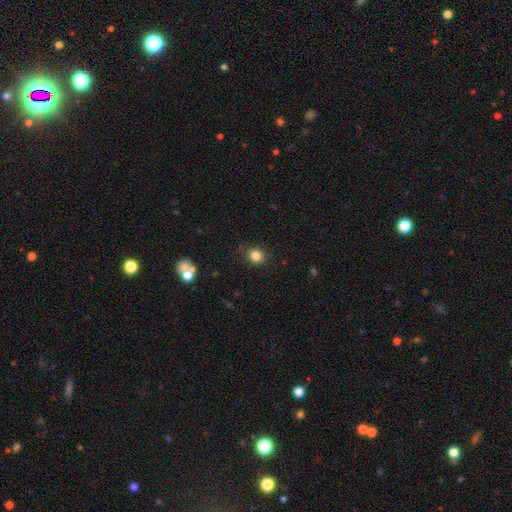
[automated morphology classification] smooth 82%, star or artifact 12%, featured or disk 5%. Down the decision tree: how rounded — round (88%); merging — none (88%).